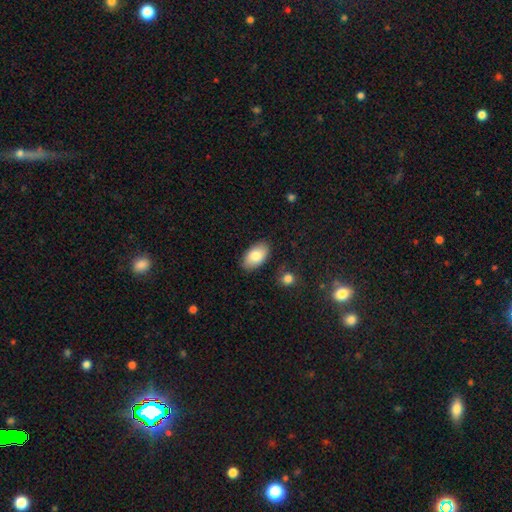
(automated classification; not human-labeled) Smooth or featured? smooth (83%)
How rounded? in between (95%)
Merging? none (85%)